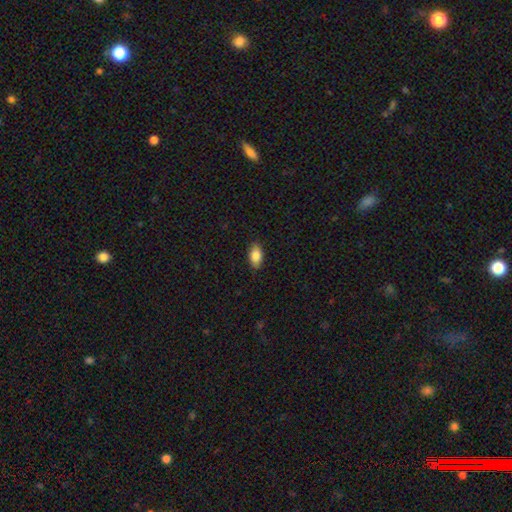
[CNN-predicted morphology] The model was most divided on "smooth or featured": smooth: 85%, featured or disk: 8%, star or artifact: 7%. More confident: how rounded — in between (91%); merging — none (87%).